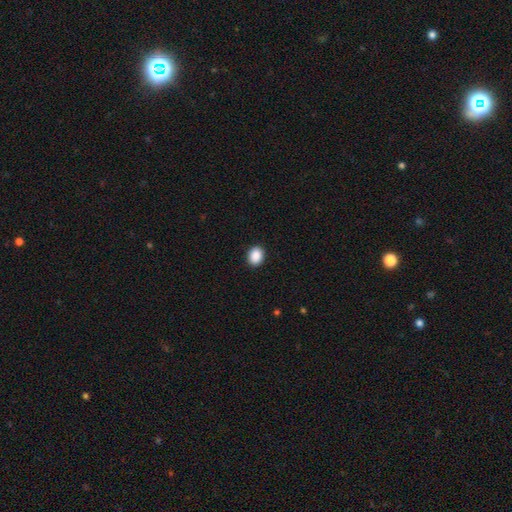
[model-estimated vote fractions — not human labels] Smooth or featured? Predicted: smooth (p=0.90). How rounded? Predicted: round (p=0.51). Merging? Predicted: none (p=0.91).